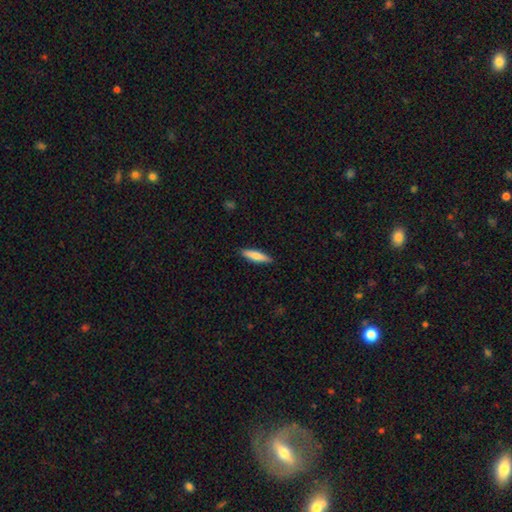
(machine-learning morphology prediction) The model was most divided on "smooth or featured": smooth: 76%, featured or disk: 19%, star or artifact: 5%. More confident: merging — none (90%); how rounded — cigar-shaped (78%).